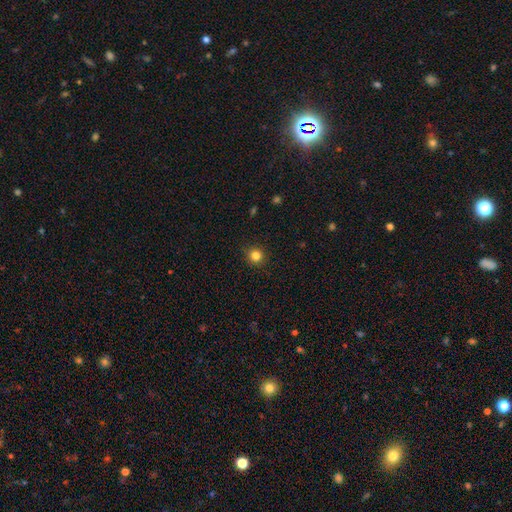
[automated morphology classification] type=smooth (83%); roundness=round (92%); merging=none (91%).